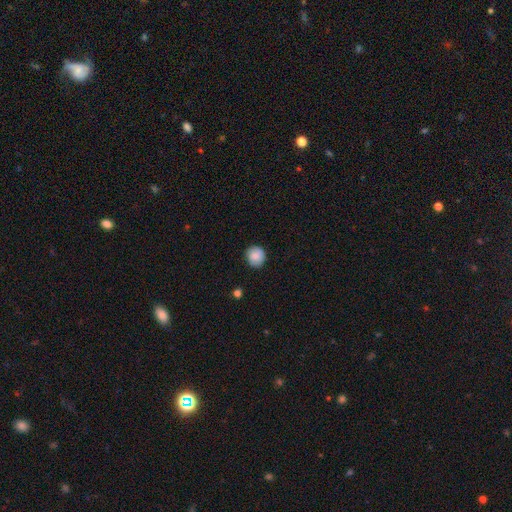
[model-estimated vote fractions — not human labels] This appears to be a smooth galaxy with no disk features (84%) that is round (88%). Merging: none (85%).